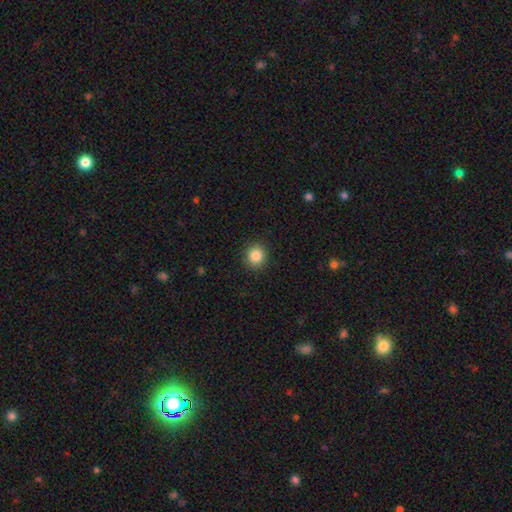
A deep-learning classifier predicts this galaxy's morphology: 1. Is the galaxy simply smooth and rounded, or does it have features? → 85% smooth, 10% star or artifact, 5% featured or disk.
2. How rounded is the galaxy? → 84% round, 15% in between, 1% cigar-shaped.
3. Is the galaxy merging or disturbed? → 90% none, 7% minor disturbance, 2% major disturbance, 1% merger.